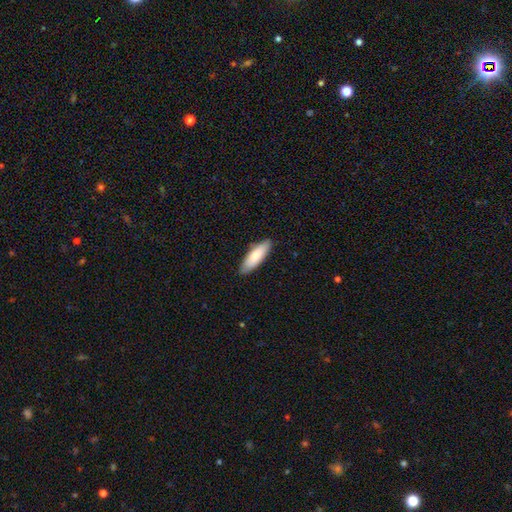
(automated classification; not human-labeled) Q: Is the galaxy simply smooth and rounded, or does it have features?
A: smooth — 82%.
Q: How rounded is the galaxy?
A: in between — 54%.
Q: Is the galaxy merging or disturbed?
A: none — 86%.